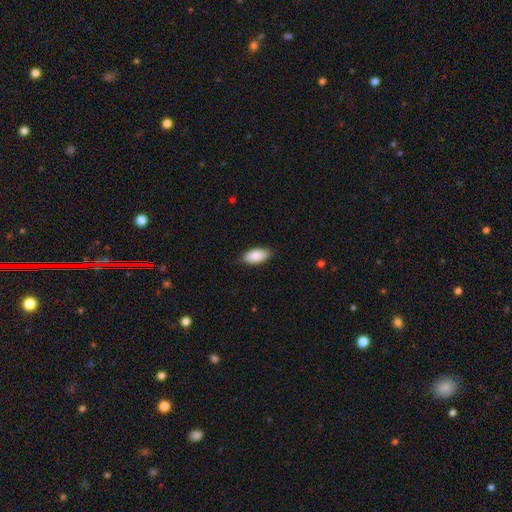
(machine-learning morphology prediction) Overall: smooth (89%). How rounded: in between (93%). Merging: none (84%).